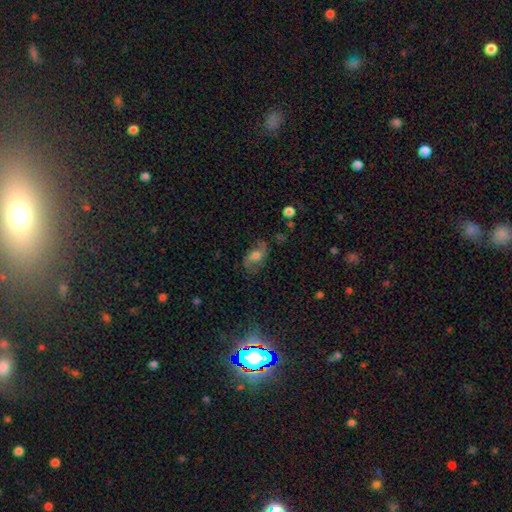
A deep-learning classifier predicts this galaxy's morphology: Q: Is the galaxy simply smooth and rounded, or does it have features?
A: featured or disk — 55%.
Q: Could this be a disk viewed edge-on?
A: no — 92%.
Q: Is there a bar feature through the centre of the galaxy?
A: no — 58%.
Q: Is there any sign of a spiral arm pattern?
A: yes — 82%.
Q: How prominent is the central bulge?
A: moderate — 61%.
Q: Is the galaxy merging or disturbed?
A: none — 66%.